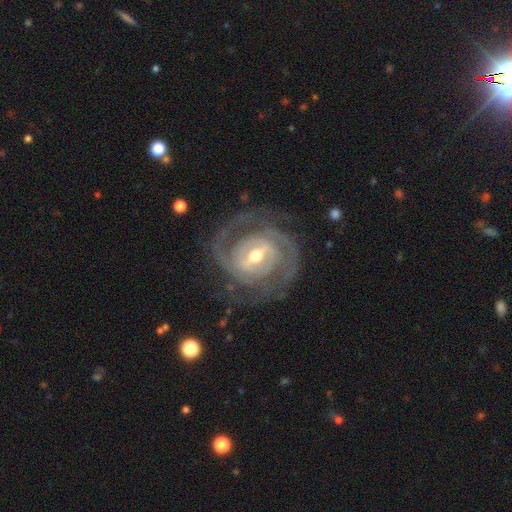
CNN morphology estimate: featured or disk 92%, smooth 4%, star or artifact 4%. Down the decision tree: edge-on disk — no (97%); bar — weak (44%); spiral arms — yes (97%); spiral arm count — 2 (69%); spiral winding — tight (64%); bulge size — moderate (64%); merging — none (78%).